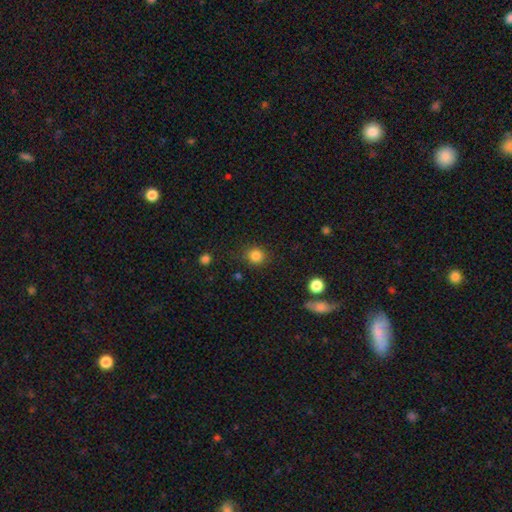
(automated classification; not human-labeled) Smooth or featured: smooth — 84% (star or artifact — 12%)
How rounded: round — 86% (in between — 13%)
Merging: none — 84% (minor disturbance — 10%)